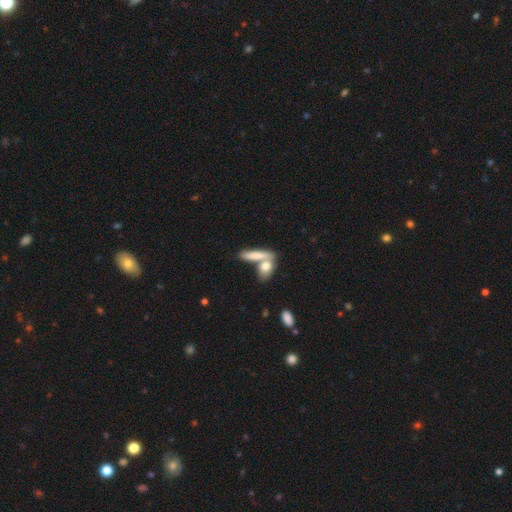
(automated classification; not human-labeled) smooth 75%, featured or disk 18%, star or artifact 7%. Down the decision tree: how rounded — cigar-shaped (49%); merging — merger (47%).